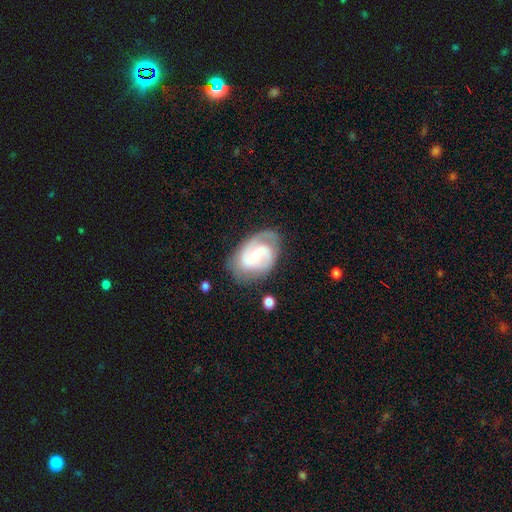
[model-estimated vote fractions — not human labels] A featured or disk galaxy (80%) with a weak bar (49%), 2 (74%) medium (48%) spiral arms (94%) and a moderate central bulge (50%).

Vote fractions:
- Smooth or featured? featured or disk: 80% / smooth: 15% / star or artifact: 5%
- Edge-on disk? no: 97% / yes: 3%
- Bar? weak: 49% / no: 36% / strong: 15%
- Spiral arms? yes: 94% / no: 6%
- Spiral winding? medium: 48% / tight: 36% / loose: 17%
- Spiral arm count? 2: 74% / 1: 10% / can't tell: 10% / 3: 5% / 4: 1% / more than 4: 1%
- Bulge size? moderate: 50% / small: 42% / large: 4% / none: 2% / dominant: 1%
- Merging? none: 69% / minor disturbance: 20% / major disturbance: 9% / merger: 2%